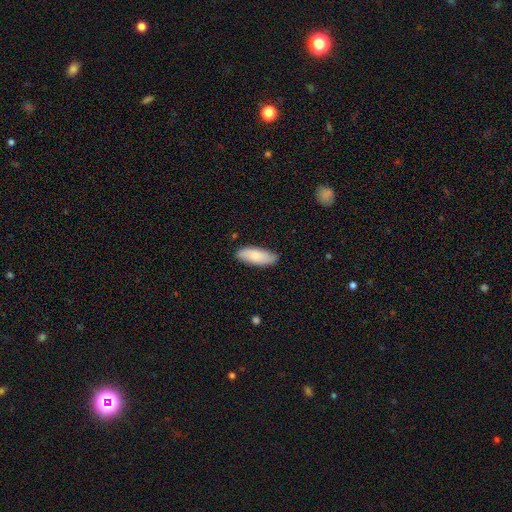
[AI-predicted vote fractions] Smooth or featured: smooth — 81% (featured or disk — 13%)
How rounded: in between — 74% (cigar-shaped — 24%)
Merging: none — 84% (minor disturbance — 13%)